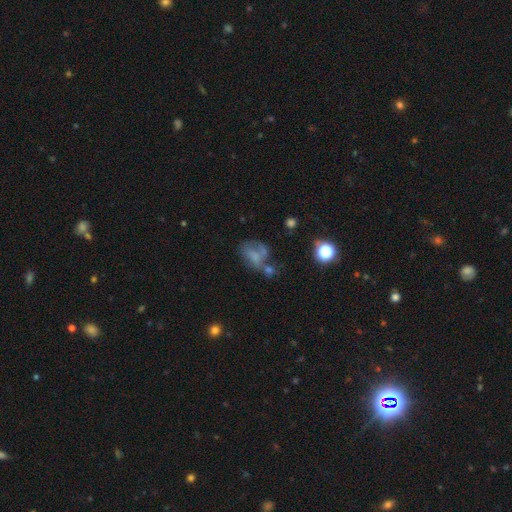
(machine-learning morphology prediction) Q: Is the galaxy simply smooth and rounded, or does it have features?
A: smooth — 46%.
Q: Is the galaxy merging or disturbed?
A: major disturbance — 30%.